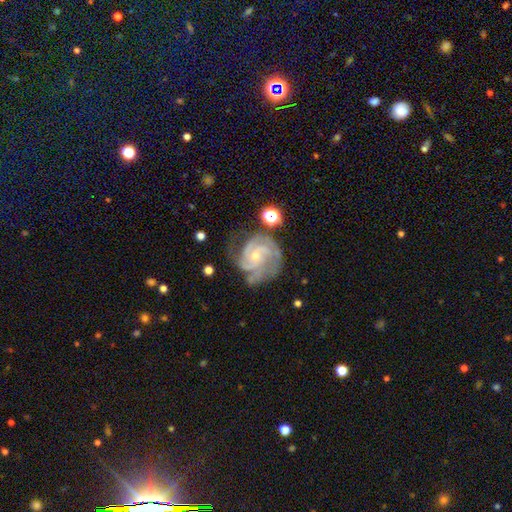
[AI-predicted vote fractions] featured or disk 87%, star or artifact 7%, smooth 6%. Down the decision tree: edge-on disk — no (98%); bar — no (65%); spiral arms — yes (97%); spiral arm count — 3 (40%); spiral winding — tight (58%); bulge size — small (70%); merging — none (60%).